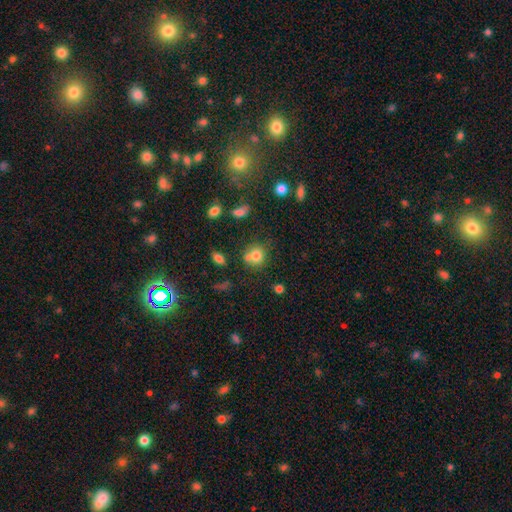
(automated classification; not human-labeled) Smooth or featured?
  - smooth: 75% *
  - star or artifact: 13%
  - featured or disk: 13%
How rounded?
  - round: 77% *
  - in between: 22%
  - cigar-shaped: 1%
Merging?
  - none: 49% *
  - merger: 32%
  - minor disturbance: 13%
  - major disturbance: 5%